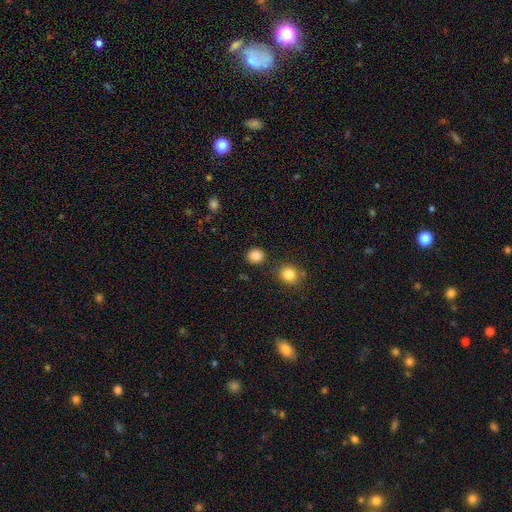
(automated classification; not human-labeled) A smooth galaxy with no disk features (86%) that is round (83%).

Vote fractions:
- Smooth or featured? smooth: 86% / star or artifact: 11% / featured or disk: 4%
- How rounded? round: 83% / in between: 16% / cigar-shaped: 1%
- Merging? none: 86% / minor disturbance: 7% / merger: 5% / major disturbance: 2%